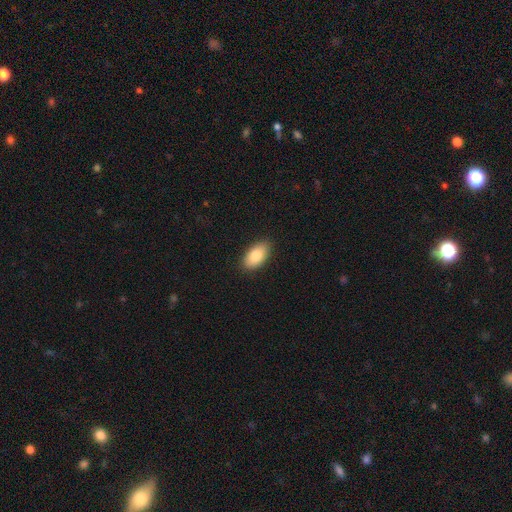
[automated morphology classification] The model was most divided on "smooth or featured": smooth: 83%, featured or disk: 10%, star or artifact: 6%. More confident: how rounded — in between (94%); merging — none (88%).